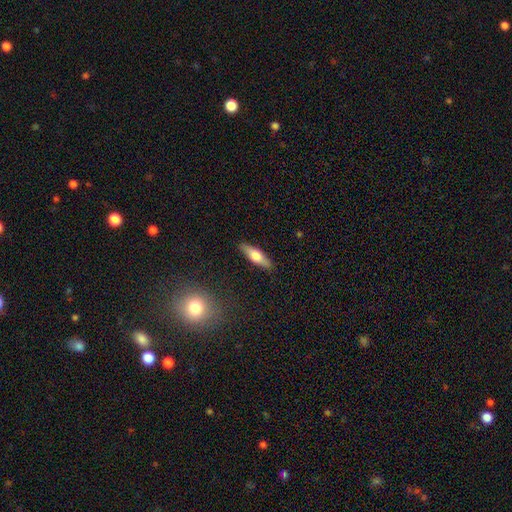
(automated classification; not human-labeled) A smooth galaxy with no disk features (63%) that is cigar-shaped (52%).

Vote fractions:
- Smooth or featured? smooth: 63% / featured or disk: 31% / star or artifact: 6%
- How rounded? cigar-shaped: 52% / in between: 46% / round: 2%
- Merging? none: 88% / minor disturbance: 9% / major disturbance: 2% / merger: 1%